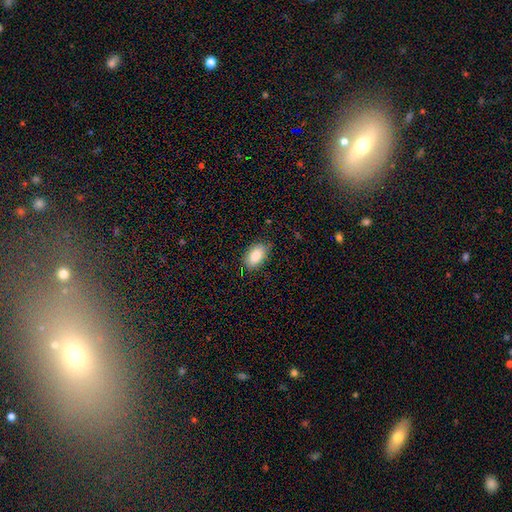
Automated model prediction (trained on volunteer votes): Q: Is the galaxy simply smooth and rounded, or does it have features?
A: smooth — 87%.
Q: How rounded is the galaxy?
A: in between — 93%.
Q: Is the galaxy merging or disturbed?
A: none — 82%.